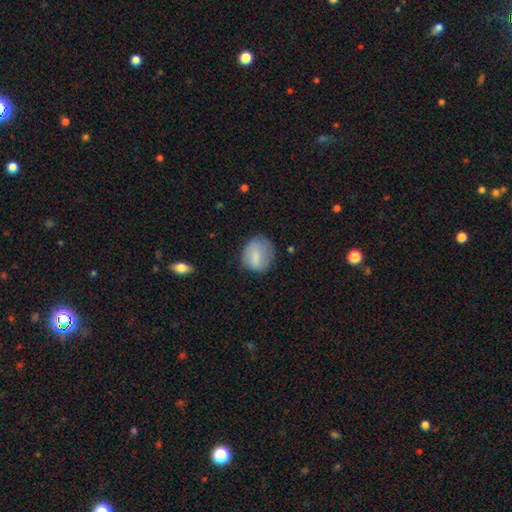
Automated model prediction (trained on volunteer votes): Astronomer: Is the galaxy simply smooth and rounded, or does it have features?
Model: smooth — 77%.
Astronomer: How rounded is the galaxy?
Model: round — 66%.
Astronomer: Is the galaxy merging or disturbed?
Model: none — 65%.